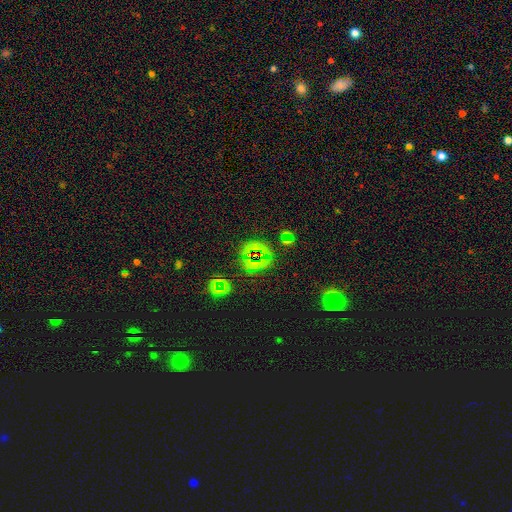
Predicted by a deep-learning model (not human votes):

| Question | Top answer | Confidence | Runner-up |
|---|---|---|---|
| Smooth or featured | star or artifact | 71% | smooth (20%) |